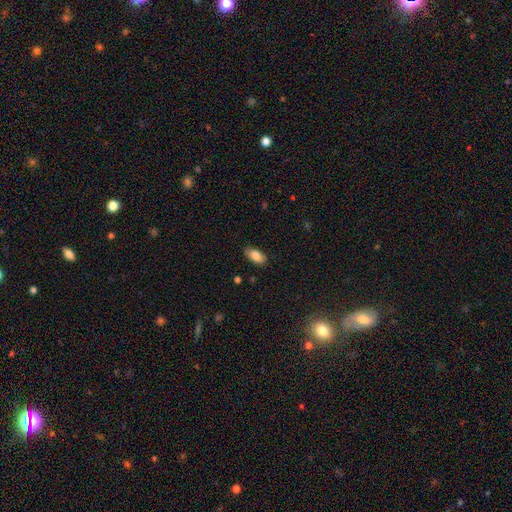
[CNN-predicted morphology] Smooth or featured?
  - smooth: 85% *
  - featured or disk: 8%
  - star or artifact: 7%
How rounded?
  - in between: 92% *
  - cigar-shaped: 5%
  - round: 3%
Merging?
  - none: 84% *
  - minor disturbance: 12%
  - major disturbance: 2%
  - merger: 1%